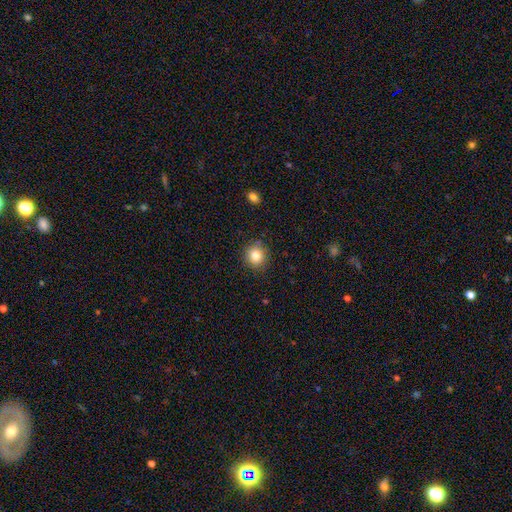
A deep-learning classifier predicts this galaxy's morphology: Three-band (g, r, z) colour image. It shows a smooth galaxy with no disk features (83%) that is round (88%). Merging: none (86%).